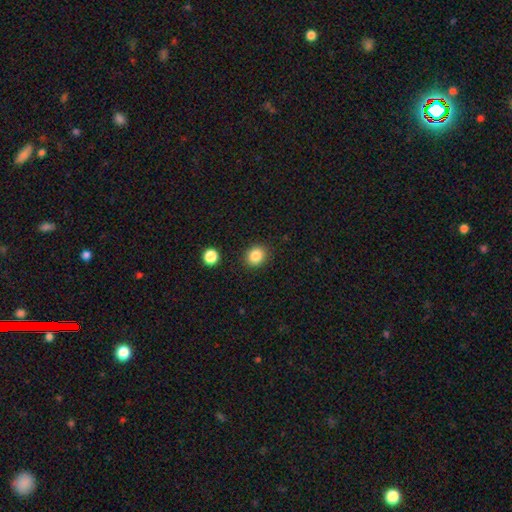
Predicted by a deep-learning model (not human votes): smooth_or_featured: smooth (p=0.85) [alt: star or artifact p=0.10]
how_rounded: round (p=0.74) [alt: in between p=0.25]
merging: none (p=0.88) [alt: minor disturbance p=0.07]